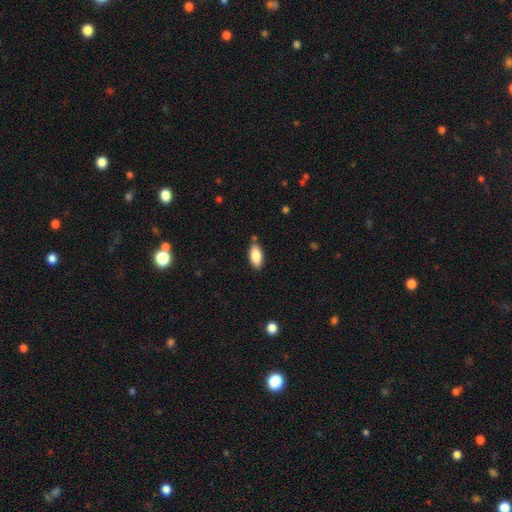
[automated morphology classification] Smooth or featured: smooth — 86% (featured or disk — 8%)
How rounded: in between — 89% (cigar-shaped — 9%)
Merging: none — 84% (minor disturbance — 11%)